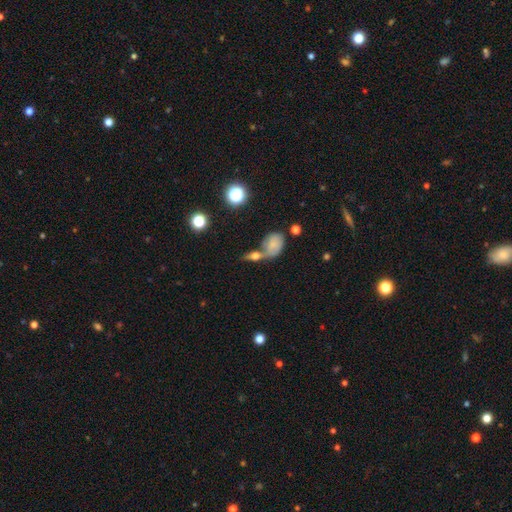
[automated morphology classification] Smooth or featured: smooth — 53% (featured or disk — 33%)
How rounded: in between — 60% (round — 21%)
Merging: merger — 45% (none — 38%)